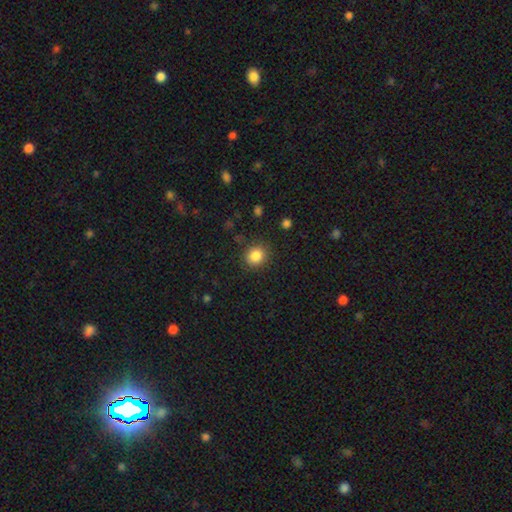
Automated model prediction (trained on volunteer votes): smooth-or-featured: smooth: 85% | star or artifact: 10% | featured or disk: 5%
  how-rounded: round: 83% | in between: 16% | cigar-shaped: 1%
  merging: none: 88% | minor disturbance: 8% | major disturbance: 3% | merger: 1%